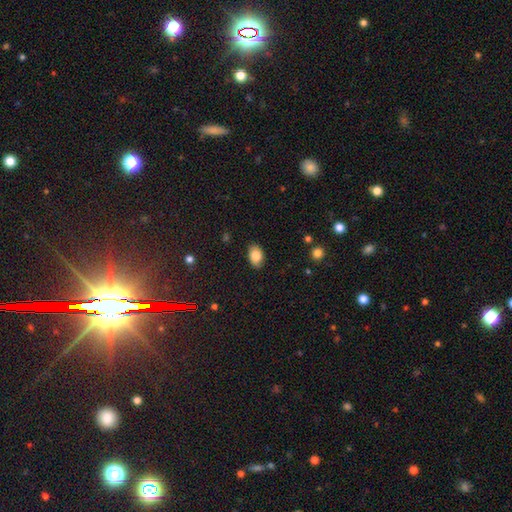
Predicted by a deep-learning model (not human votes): Morphology: type=smooth (85%); roundness=in between (86%); merging=none (84%).